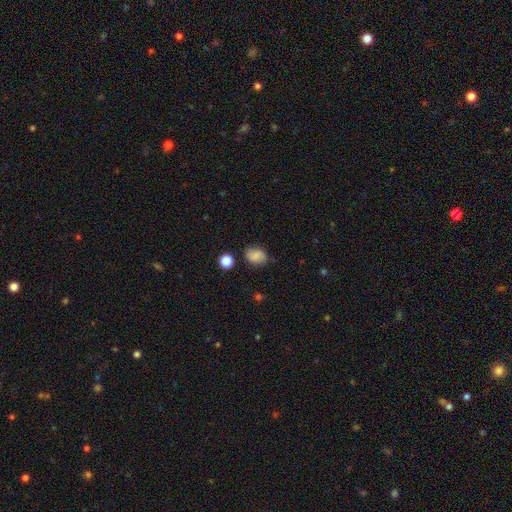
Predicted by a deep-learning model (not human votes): smooth-or-featured: smooth: 79% | star or artifact: 11% | featured or disk: 11%
  how-rounded: in between: 59% | round: 40% | cigar-shaped: 1%
  merging: none: 75% | minor disturbance: 18% | major disturbance: 4% | merger: 3%